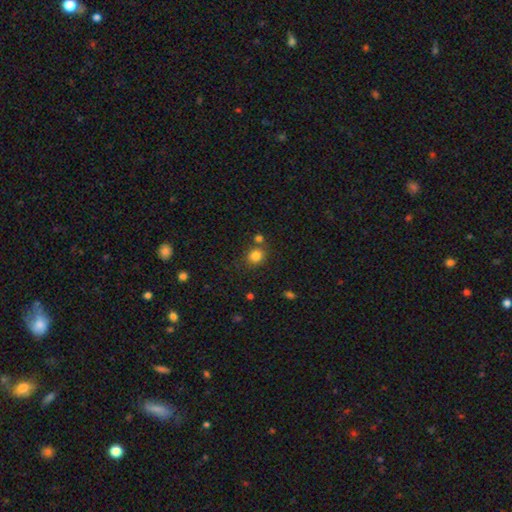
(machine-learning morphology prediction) type=smooth (82%); roundness=round (77%); merging=none (71%).